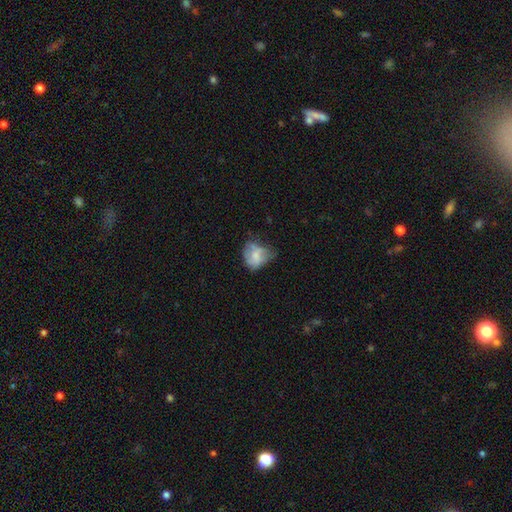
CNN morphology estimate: smooth-or-featured: smooth: 62% | featured or disk: 29% | star or artifact: 9%
  how-rounded: in between: 52% | round: 47% | cigar-shaped: 1%
  merging: minor disturbance: 36% | none: 33% | major disturbance: 24% | merger: 7%